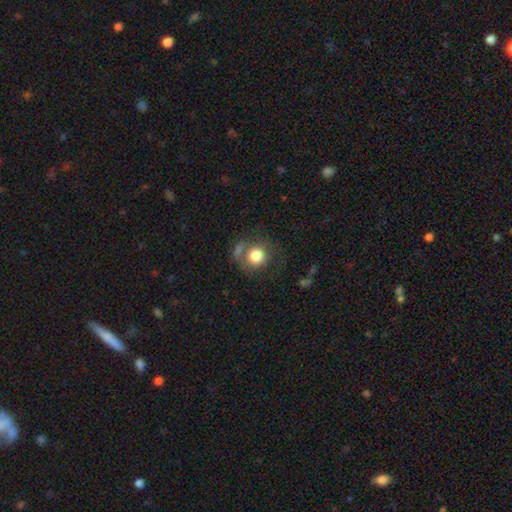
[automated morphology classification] smooth 78%, featured or disk 13%, star or artifact 9%. Down the decision tree: how rounded — round (88%); merging — none (56%).